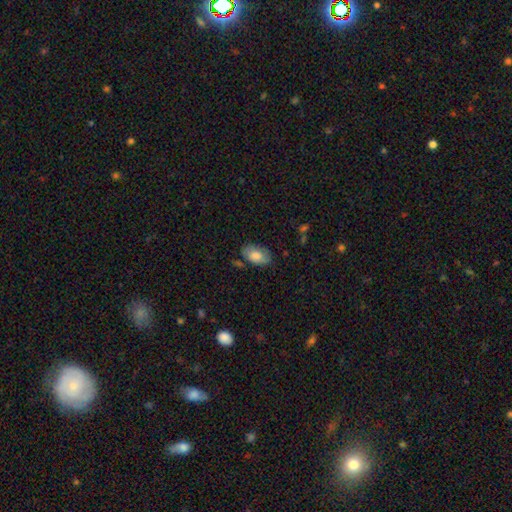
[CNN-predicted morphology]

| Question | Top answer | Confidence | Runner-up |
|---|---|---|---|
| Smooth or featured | smooth | 76% | featured or disk (17%) |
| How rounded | in between | 93% | round (6%) |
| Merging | none | 73% | minor disturbance (20%) |